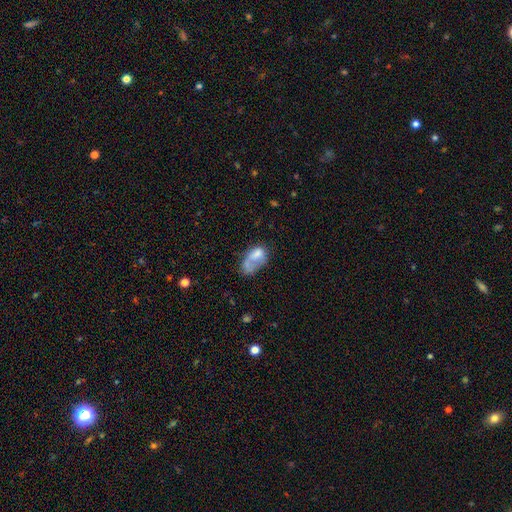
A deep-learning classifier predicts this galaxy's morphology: Q: Smooth or featured?
A: smooth (59%); runner-up: featured or disk (31%)
Q: How rounded?
A: in between (88%); runner-up: round (10%)
Q: Merging?
A: major disturbance (31%); runner-up: merger (29%)